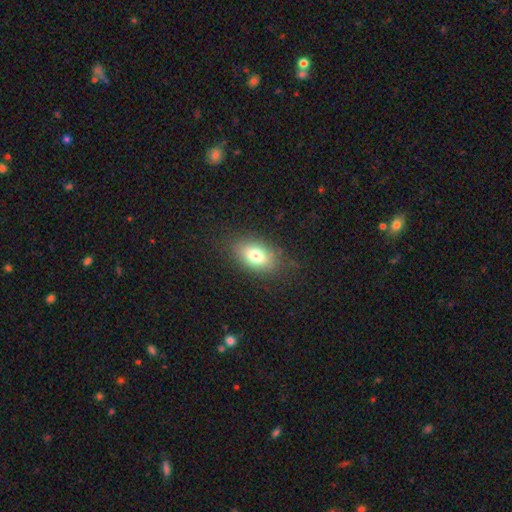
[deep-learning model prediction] Q: Smooth or featured?
A: smooth (74%); runner-up: featured or disk (15%)
Q: How rounded?
A: in between (83%); runner-up: round (15%)
Q: Merging?
A: none (81%); runner-up: minor disturbance (13%)